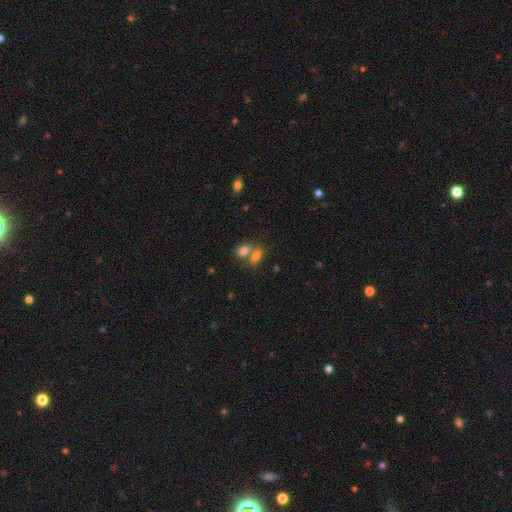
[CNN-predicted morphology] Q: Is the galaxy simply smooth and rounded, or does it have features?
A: smooth — 78%.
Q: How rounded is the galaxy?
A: in between — 78%.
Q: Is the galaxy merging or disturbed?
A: merger — 57%.